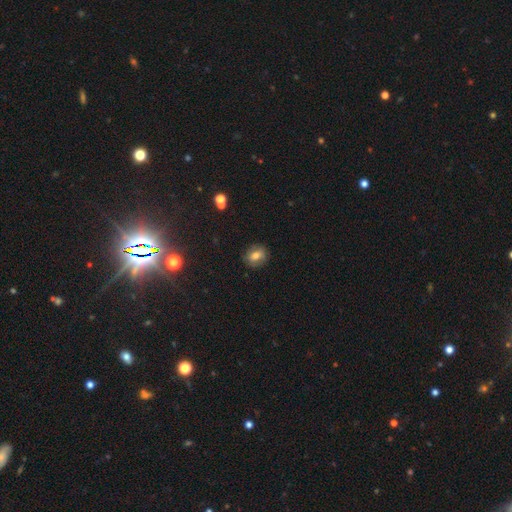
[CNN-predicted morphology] Smooth or featured? Predicted: smooth (p=0.70). How rounded? Predicted: round (p=0.61). Merging? Predicted: none (p=0.85).